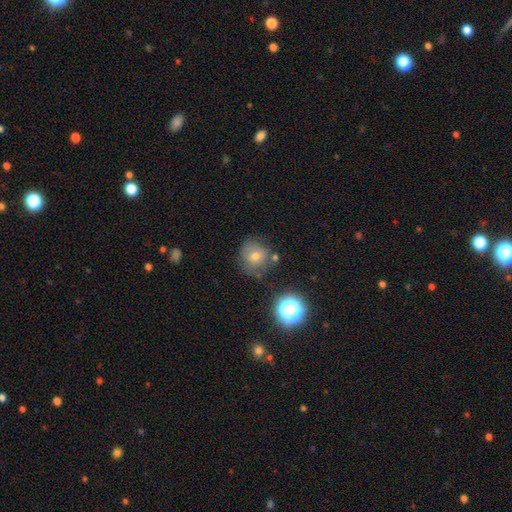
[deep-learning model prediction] smooth 64%, featured or disk 19%, star or artifact 17%. Down the decision tree: how rounded — round (86%); merging — none (65%).